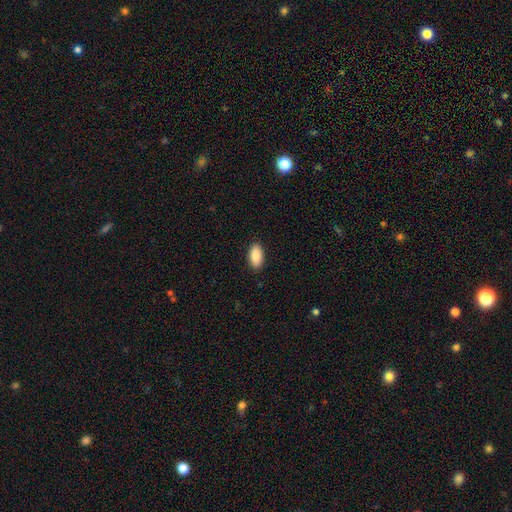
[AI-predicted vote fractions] This is clearly a smooth galaxy (89%). How rounded: clearly in between (93%). Merging: clearly none (90%).